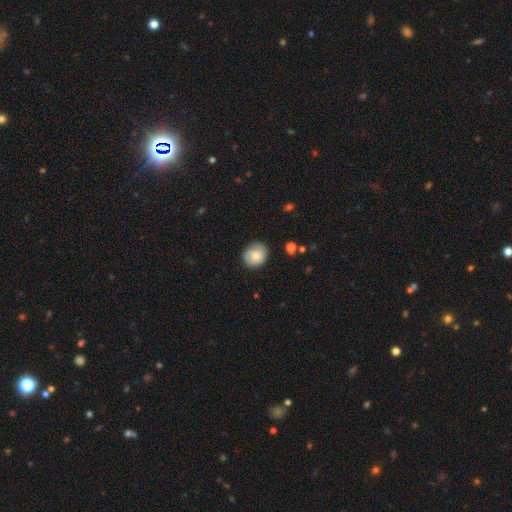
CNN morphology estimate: A smooth galaxy with no disk features (74%) that is round (73%).

Vote fractions:
- Smooth or featured? smooth: 74% / featured or disk: 19% / star or artifact: 8%
- How rounded? round: 73% / in between: 26% / cigar-shaped: 1%
- Merging? none: 73% / minor disturbance: 20% / major disturbance: 5% / merger: 2%